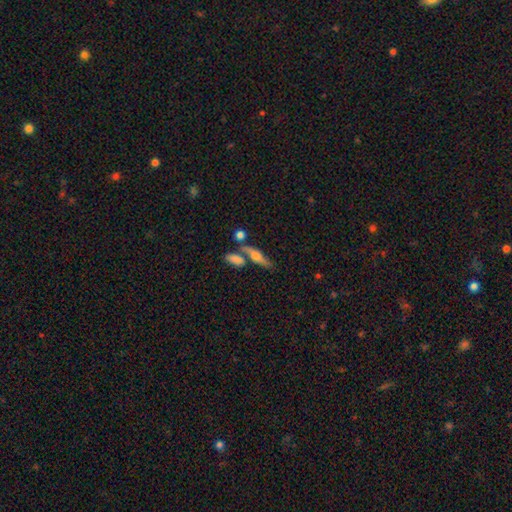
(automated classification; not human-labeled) A featured or disk galaxy (47%). Merging: none (57%).